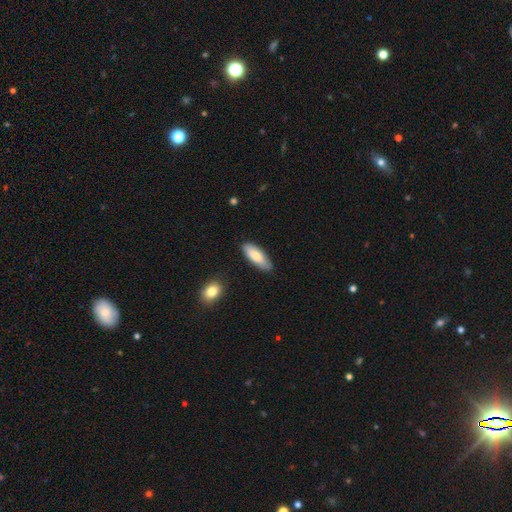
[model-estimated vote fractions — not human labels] A smooth galaxy with no disk features (76%) that is in between round and cigar-shaped (68%).

Vote fractions:
- Smooth or featured? smooth: 76% / featured or disk: 19% / star or artifact: 6%
- How rounded? in between: 68% / cigar-shaped: 30% / round: 2%
- Merging? none: 86% / minor disturbance: 10% / major disturbance: 2% / merger: 2%